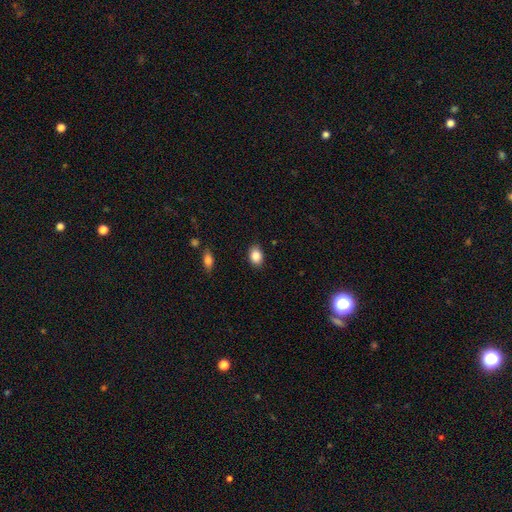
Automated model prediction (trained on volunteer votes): This appears to be a smooth galaxy with no disk features (86%) that is in between round and cigar-shaped (75%). Merging: none (88%).